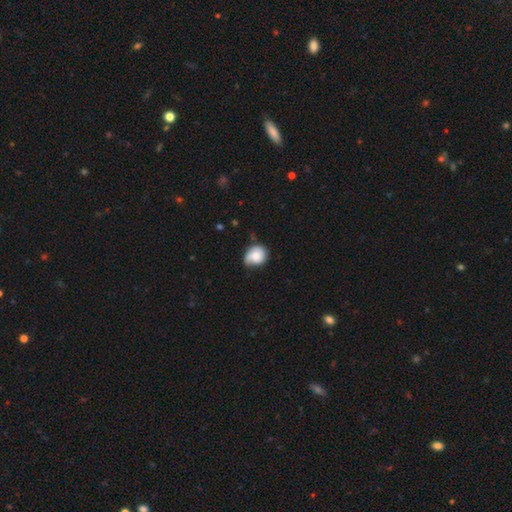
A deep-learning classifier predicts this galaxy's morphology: Smooth or featured: smooth — 68% (featured or disk — 25%)
How rounded: round — 65% (in between — 34%)
Merging: none — 50% (minor disturbance — 37%)